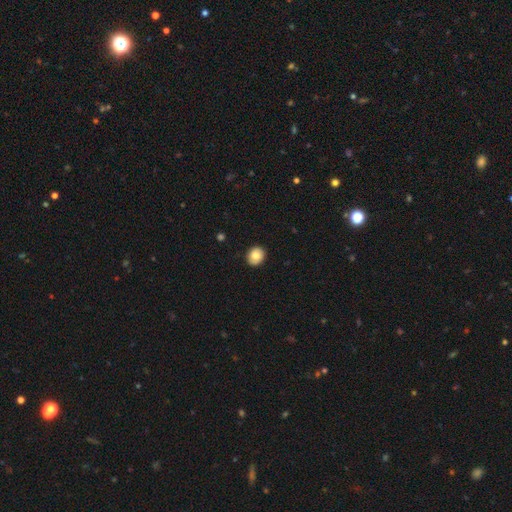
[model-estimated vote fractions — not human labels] smooth-or-featured: smooth: 78% | featured or disk: 14% | star or artifact: 8%
  how-rounded: round: 69% | in between: 30% | cigar-shaped: 1%
  merging: none: 90% | minor disturbance: 7% | major disturbance: 2% | merger: 1%